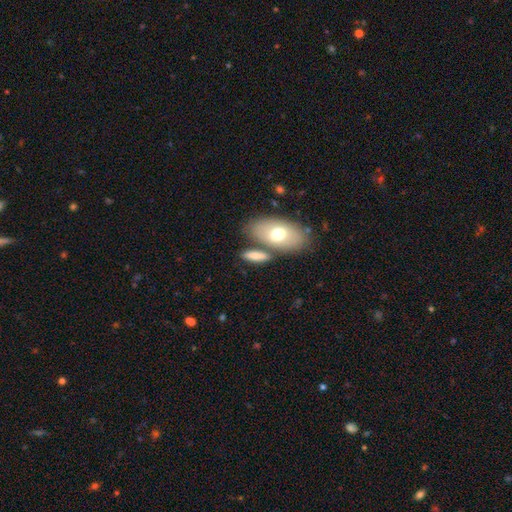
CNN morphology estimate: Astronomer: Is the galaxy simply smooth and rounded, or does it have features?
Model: smooth — 73%.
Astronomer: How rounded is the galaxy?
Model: in between — 73%.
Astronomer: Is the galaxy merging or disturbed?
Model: none — 63%.